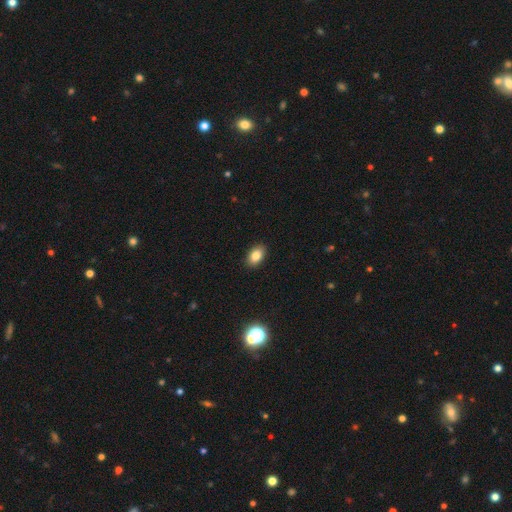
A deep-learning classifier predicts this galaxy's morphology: Q: Smooth or featured?
A: smooth (83%); runner-up: star or artifact (9%)
Q: How rounded?
A: in between (89%); runner-up: round (10%)
Q: Merging?
A: none (90%); runner-up: minor disturbance (7%)